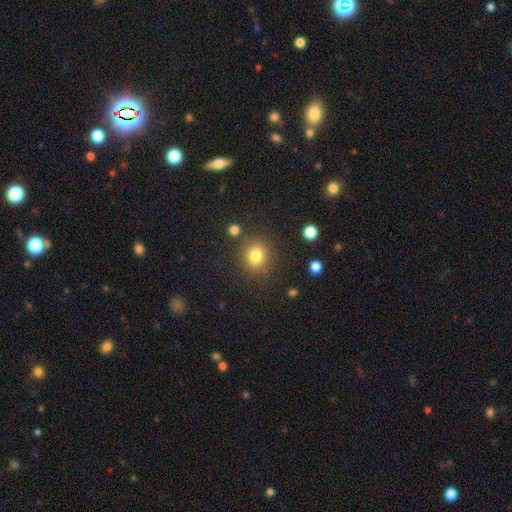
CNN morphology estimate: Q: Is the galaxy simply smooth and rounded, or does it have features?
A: smooth — 80%.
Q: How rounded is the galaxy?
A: round — 74%.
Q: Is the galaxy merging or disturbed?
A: none — 81%.